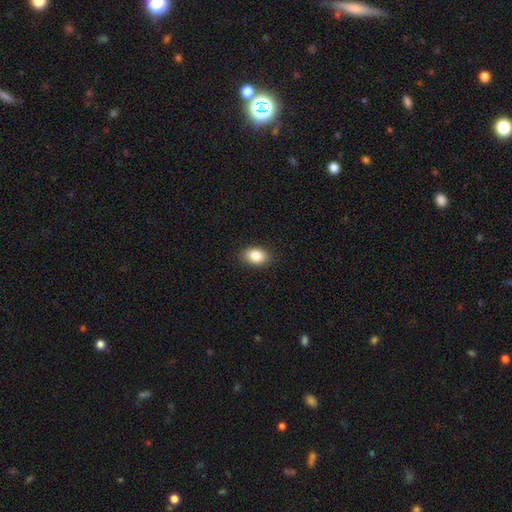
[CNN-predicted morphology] This is clearly a smooth galaxy (85%). How rounded: clearly in between (82%). Merging: clearly none (88%).